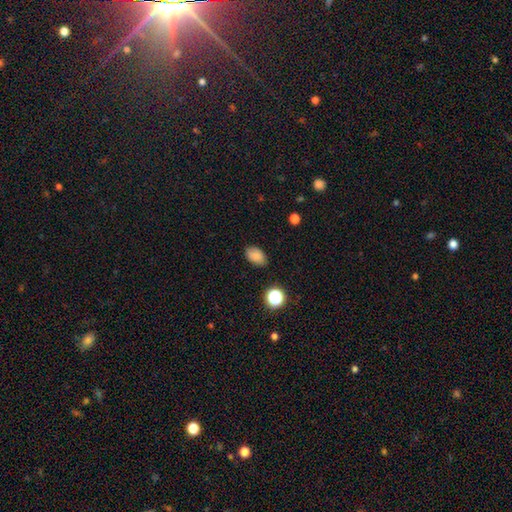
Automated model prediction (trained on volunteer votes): smooth-or-featured: smooth: 84% | star or artifact: 11% | featured or disk: 5%
  how-rounded: in between: 86% | round: 13% | cigar-shaped: 1%
  merging: none: 82% | minor disturbance: 14% | major disturbance: 3% | merger: 1%